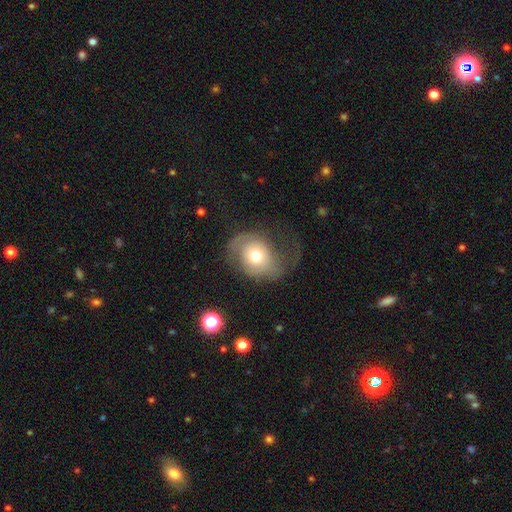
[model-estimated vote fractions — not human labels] smooth-or-featured: smooth: 52% | featured or disk: 40% | star or artifact: 8%
  how-rounded: round: 52% | in between: 47% | cigar-shaped: 1%
  merging: major disturbance: 44% | none: 30% | minor disturbance: 23% | merger: 2%